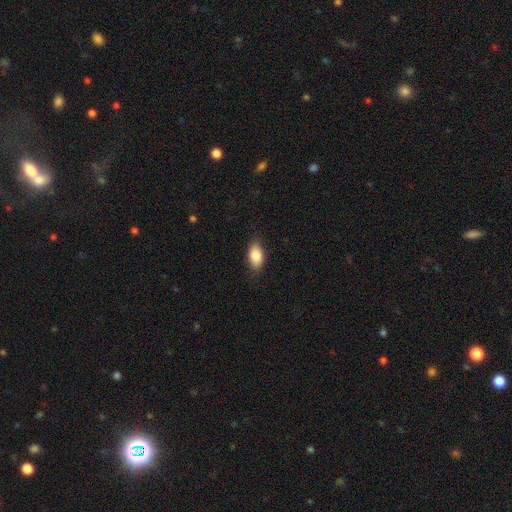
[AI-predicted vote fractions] smooth_or_featured: smooth (p=0.86) [alt: featured or disk p=0.07]
how_rounded: in between (p=0.90) [alt: round p=0.06]
merging: none (p=0.84) [alt: minor disturbance p=0.13]